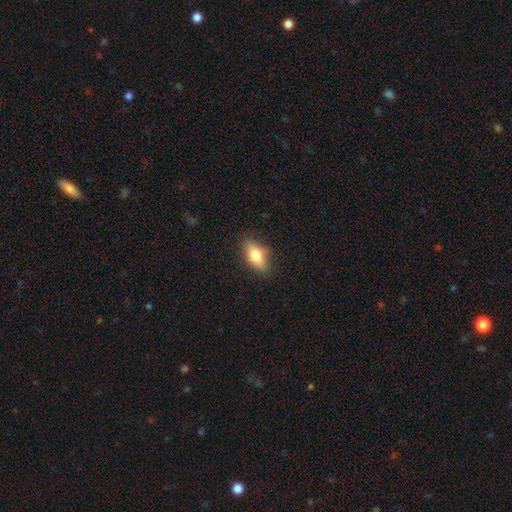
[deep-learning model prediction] smooth_or_featured: smooth (p=0.71) [alt: featured or disk p=0.21]
how_rounded: in between (p=0.80) [alt: cigar-shaped p=0.14]
merging: none (p=0.84) [alt: minor disturbance p=0.12]